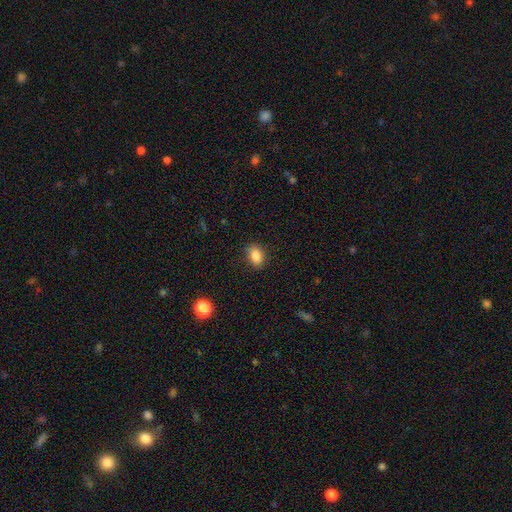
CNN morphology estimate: Overall: smooth (86%). How rounded: in between (79%). Merging: none (86%).